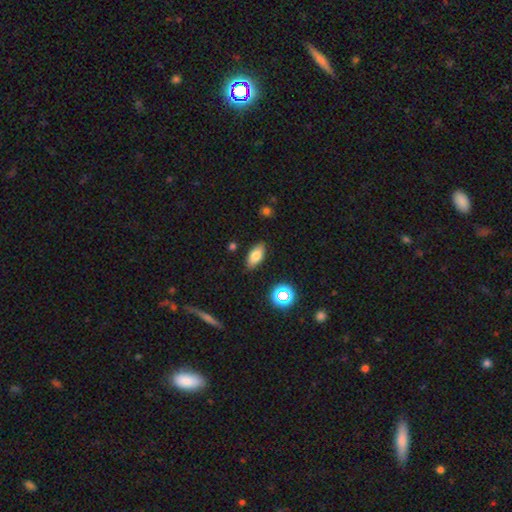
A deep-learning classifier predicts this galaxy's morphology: smooth_or_featured: smooth (p=0.76) [alt: featured or disk p=0.13]
how_rounded: in between (p=0.86) [alt: cigar-shaped p=0.09]
merging: none (p=0.86) [alt: minor disturbance p=0.10]